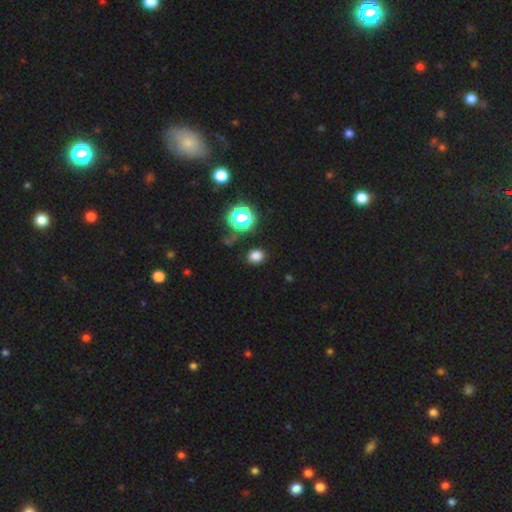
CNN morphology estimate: Smooth or featured? Predicted: smooth (p=0.78). How rounded? Predicted: round (p=0.57). Merging? Predicted: none (p=0.85).